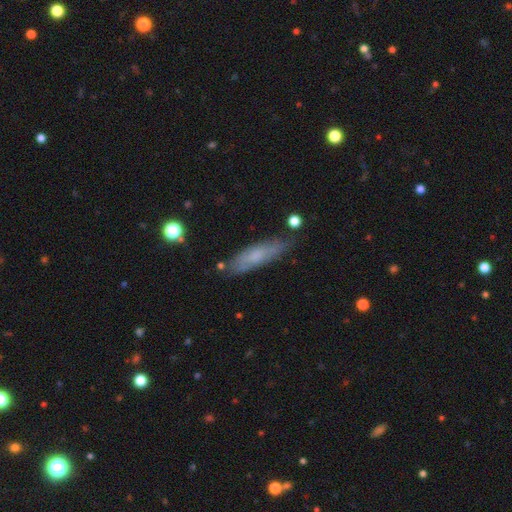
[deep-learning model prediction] The model was most divided on "smooth or featured": smooth: 60%, featured or disk: 32%, star or artifact: 8%. More confident: merging — none (74%); how rounded — cigar-shaped (64%).